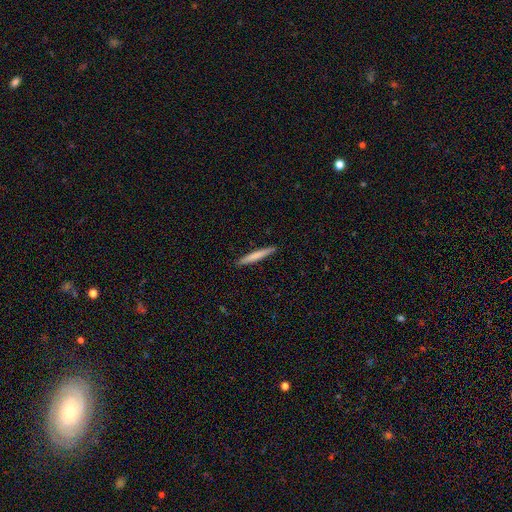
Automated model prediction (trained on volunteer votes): A smooth galaxy with no disk features (72%) that is cigar-shaped (96%).

Vote fractions:
- Smooth or featured? smooth: 72% / featured or disk: 22% / star or artifact: 5%
- How rounded? cigar-shaped: 96% / in between: 3% / round: 1%
- Merging? none: 92% / minor disturbance: 6% / major disturbance: 1% / merger: 1%